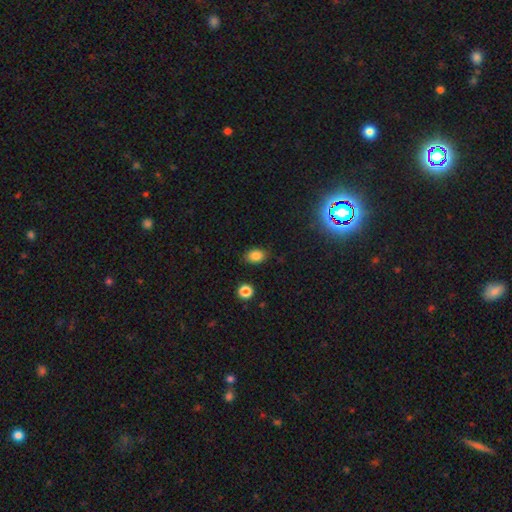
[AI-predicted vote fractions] Q: Smooth or featured?
A: smooth (83%); runner-up: star or artifact (12%)
Q: How rounded?
A: in between (76%); runner-up: round (23%)
Q: Merging?
A: none (83%); runner-up: minor disturbance (12%)